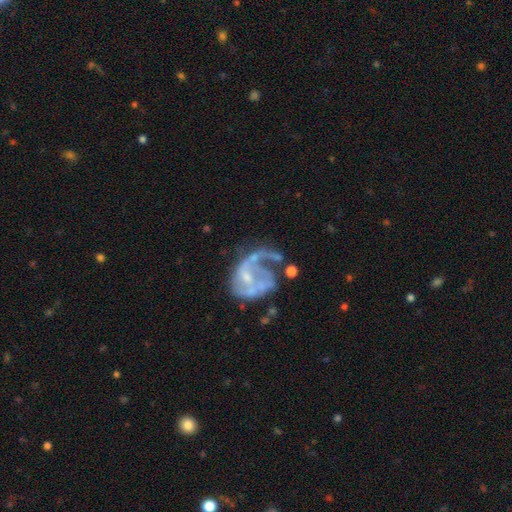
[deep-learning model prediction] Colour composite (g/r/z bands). It shows a featured or disk galaxy (78%) with no bar (60%), 2 (34%) loose (40%) spiral arms (74%) and a small central bulge (57%). Merging: major disturbance (41%).